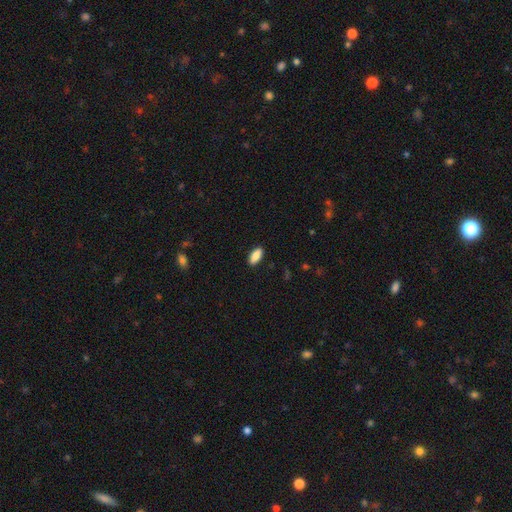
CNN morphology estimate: Overall: smooth (88%). How rounded: in between (83%). Merging: none (89%).